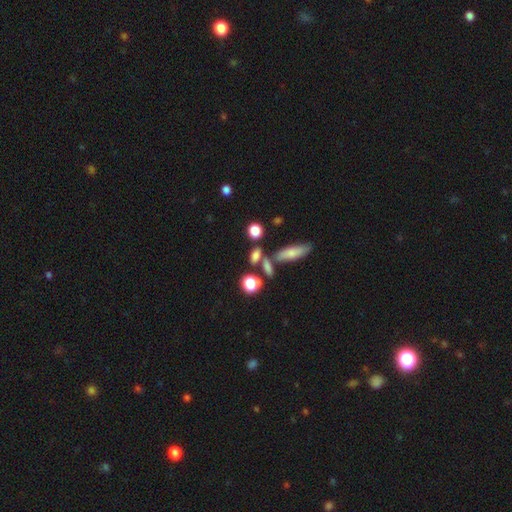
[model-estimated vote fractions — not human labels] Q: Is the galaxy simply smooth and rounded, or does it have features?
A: smooth — 73%.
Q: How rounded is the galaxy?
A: in between — 52%.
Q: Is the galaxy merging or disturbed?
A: none — 60%.